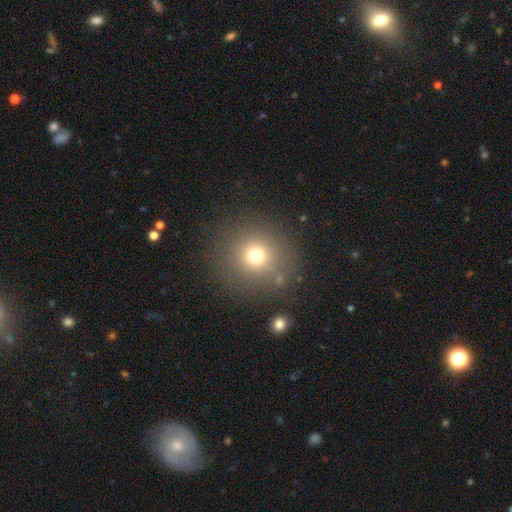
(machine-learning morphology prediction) Q: Smooth or featured?
A: smooth (71%); runner-up: star or artifact (18%)
Q: How rounded?
A: round (91%); runner-up: in between (8%)
Q: Merging?
A: none (83%); runner-up: minor disturbance (9%)